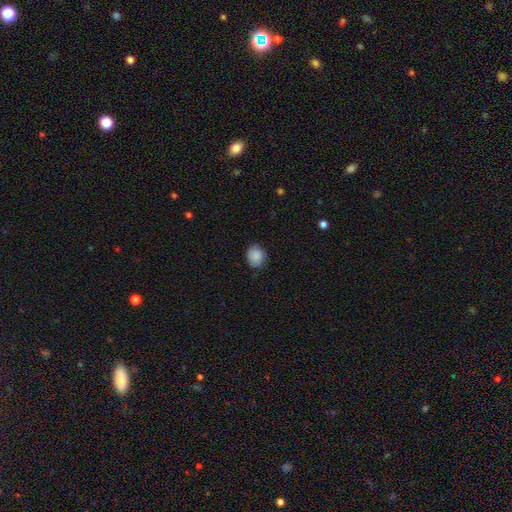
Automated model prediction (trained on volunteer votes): Smooth or featured: smooth — 87% (star or artifact — 8%)
How rounded: round — 74% (in between — 26%)
Merging: none — 79% (minor disturbance — 17%)